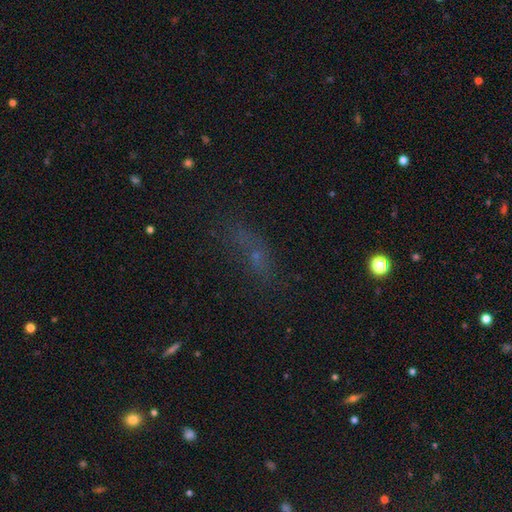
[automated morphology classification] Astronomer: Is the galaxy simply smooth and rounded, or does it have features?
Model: smooth — 46% (runner-up: star or artifact, 34%).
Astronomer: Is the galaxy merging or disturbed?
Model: none — 56%.